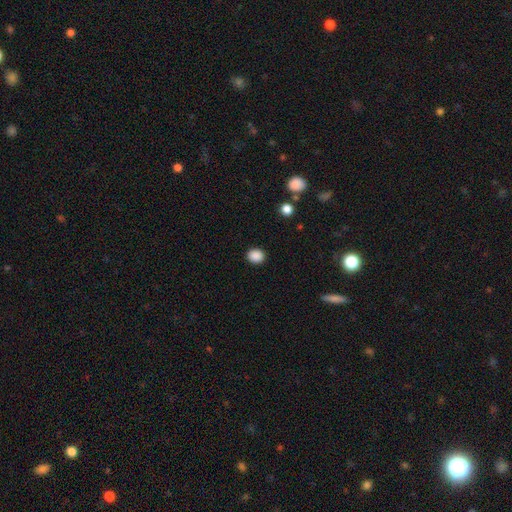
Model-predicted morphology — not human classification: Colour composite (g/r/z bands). It shows a smooth galaxy with no disk features (88%) that is round (63%). Merging: none (90%).